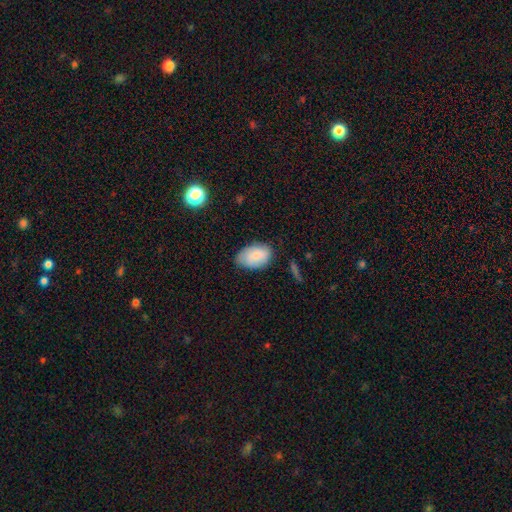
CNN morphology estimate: Smooth or featured? Predicted: smooth (p=0.83). How rounded? Predicted: in between (p=0.90). Merging? Predicted: none (p=0.69).